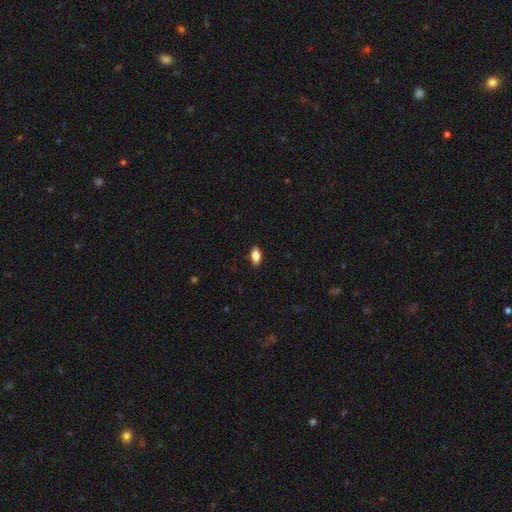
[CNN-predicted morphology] smooth 81%, featured or disk 12%, star or artifact 8%. Down the decision tree: how rounded — in between (88%); merging — none (88%).